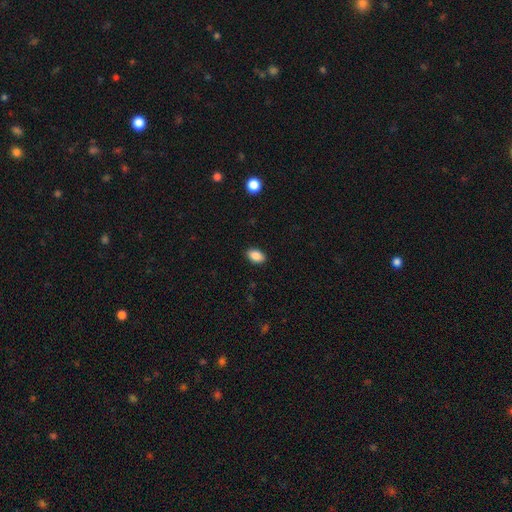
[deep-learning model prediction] smooth-or-featured: smooth: 89% | star or artifact: 8% | featured or disk: 3%
  how-rounded: in between: 89% | round: 9% | cigar-shaped: 1%
  merging: none: 89% | minor disturbance: 8% | major disturbance: 2% | merger: 1%